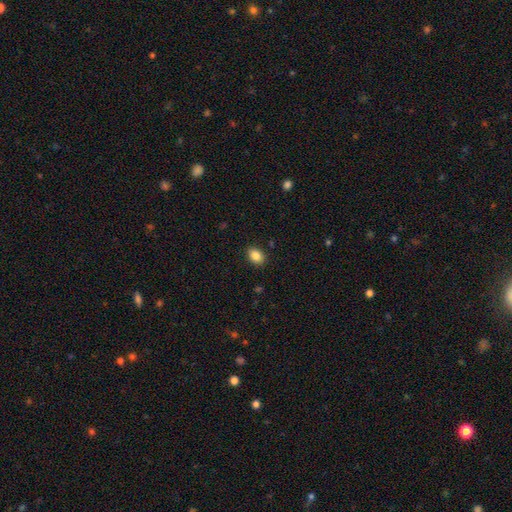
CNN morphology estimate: Q: Smooth or featured?
A: smooth (86%); runner-up: star or artifact (9%)
Q: How rounded?
A: in between (75%); runner-up: round (24%)
Q: Merging?
A: none (88%); runner-up: minor disturbance (9%)